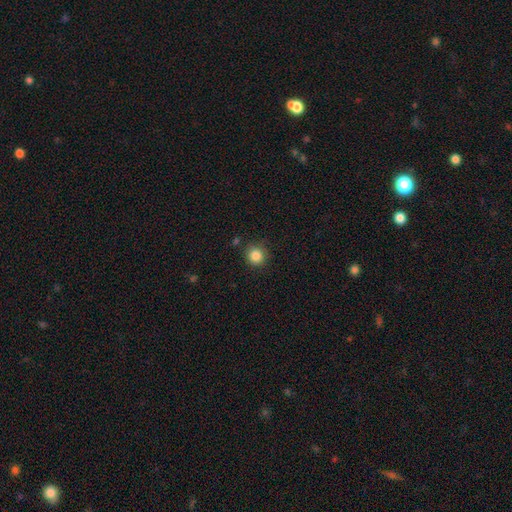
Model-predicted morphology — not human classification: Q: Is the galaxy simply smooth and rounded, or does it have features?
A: smooth — 85%.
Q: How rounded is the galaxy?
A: round — 92%.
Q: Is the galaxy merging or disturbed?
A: none — 87%.